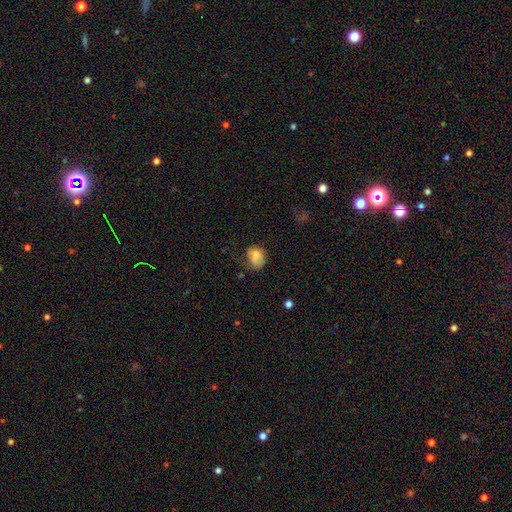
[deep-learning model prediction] Overall: smooth (74%). How rounded: in between (57%; round 42%). Merging: none (43%; minor disturbance 34%).